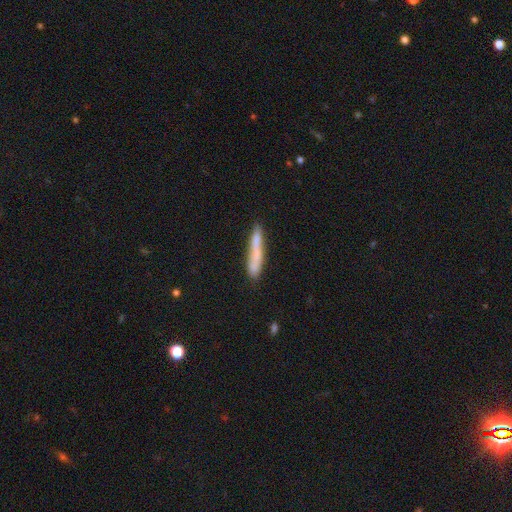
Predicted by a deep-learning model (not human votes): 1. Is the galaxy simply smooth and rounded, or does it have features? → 68% smooth, 25% featured or disk, 7% star or artifact.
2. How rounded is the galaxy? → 93% cigar-shaped, 5% in between, 1% round.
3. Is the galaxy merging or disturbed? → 73% none, 18% minor disturbance, 5% merger, 4% major disturbance.